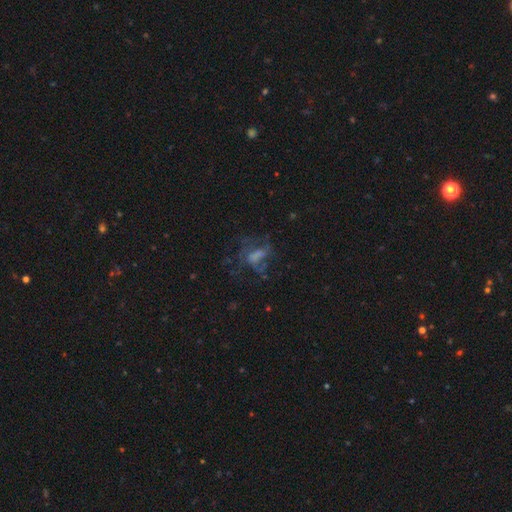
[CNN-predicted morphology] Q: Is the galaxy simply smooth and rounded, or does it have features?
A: featured or disk — 56%.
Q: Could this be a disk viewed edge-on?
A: no — 97%.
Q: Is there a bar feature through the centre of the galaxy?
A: no — 58%.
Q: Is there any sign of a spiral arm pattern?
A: yes — 54%.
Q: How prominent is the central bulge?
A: none — 48%.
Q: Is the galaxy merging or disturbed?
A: none — 41%.